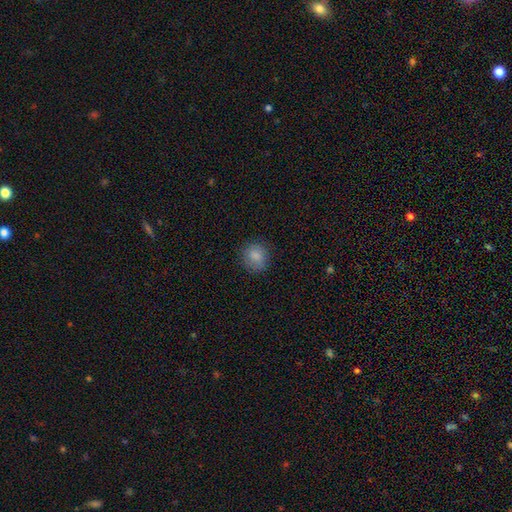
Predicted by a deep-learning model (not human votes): Morphology: type=smooth (84%); roundness=round (84%); merging=none (84%).